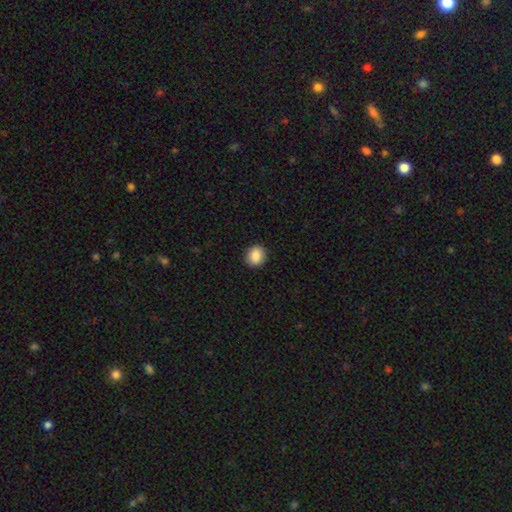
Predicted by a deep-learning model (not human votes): Smooth or featured?
  - smooth: 88% *
  - star or artifact: 8%
  - featured or disk: 4%
How rounded?
  - round: 78% *
  - in between: 21%
  - cigar-shaped: 1%
Merging?
  - none: 91% *
  - minor disturbance: 6%
  - major disturbance: 2%
  - merger: 1%